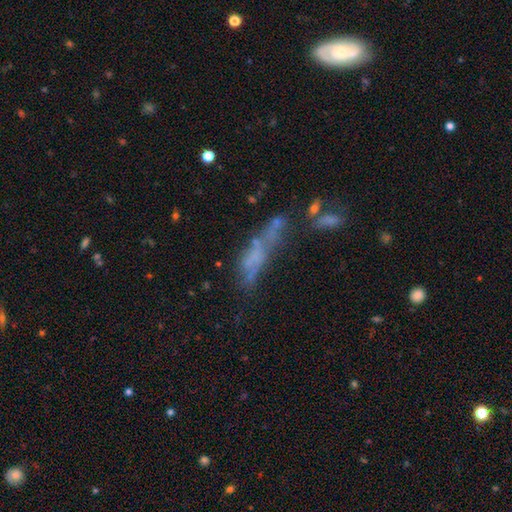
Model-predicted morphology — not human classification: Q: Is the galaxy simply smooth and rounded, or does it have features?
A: featured or disk — 44%.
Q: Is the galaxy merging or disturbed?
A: major disturbance — 29%.